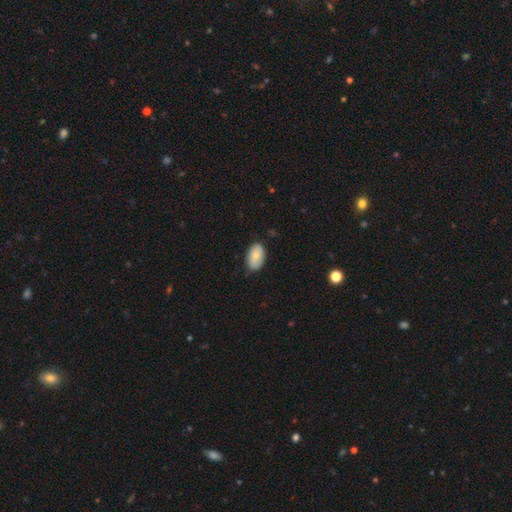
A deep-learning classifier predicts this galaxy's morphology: Smooth or featured? Predicted: smooth (p=0.83). How rounded? Predicted: in between (p=0.93). Merging? Predicted: none (p=0.77).